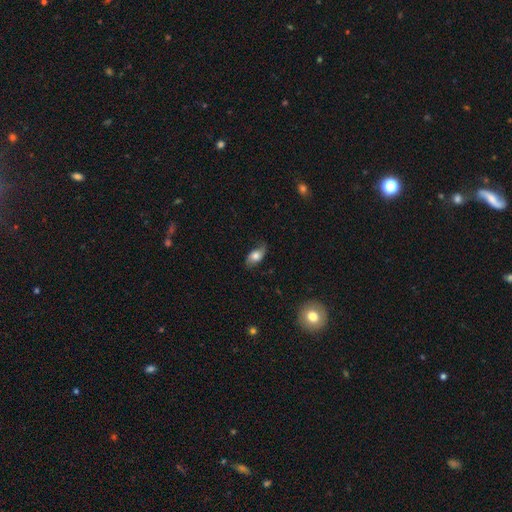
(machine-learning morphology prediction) Smooth or featured: smooth — 63% (featured or disk — 29%)
How rounded: in between — 89% (round — 7%)
Merging: none — 69% (minor disturbance — 23%)